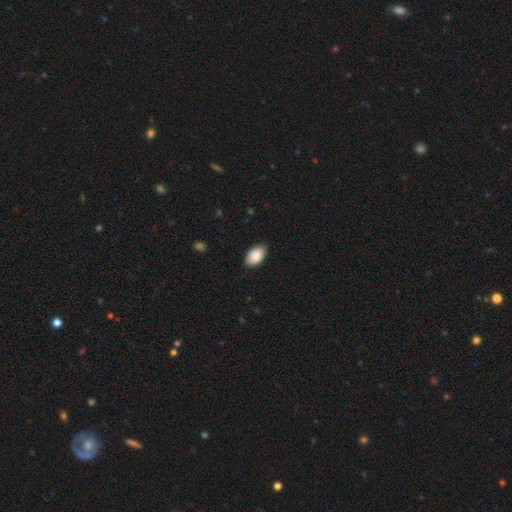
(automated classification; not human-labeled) This is clearly a smooth galaxy (88%). How rounded: clearly in between (93%). Merging: clearly none (82%).